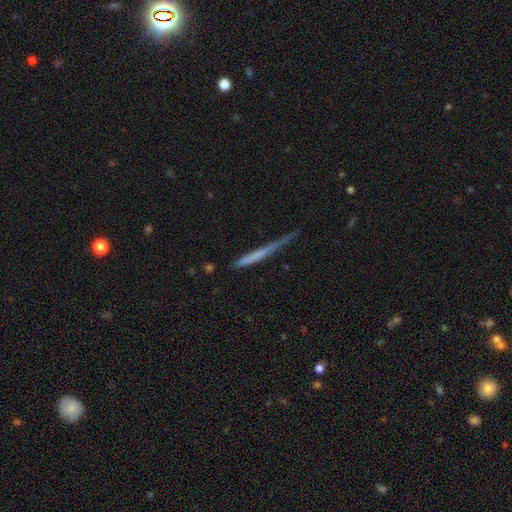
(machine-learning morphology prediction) type=smooth (53%); roundness=cigar-shaped (96%); merging=none (60%).